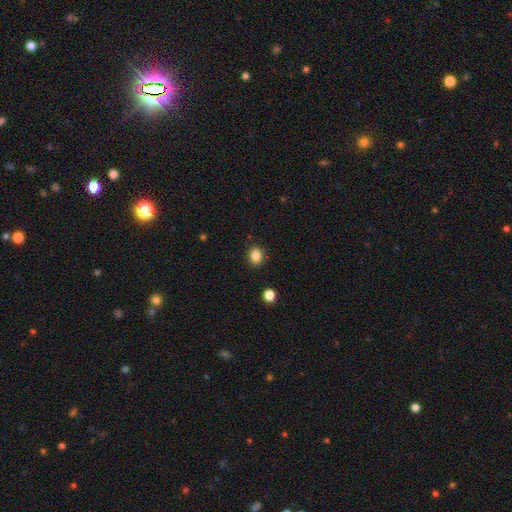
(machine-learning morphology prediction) A smooth galaxy with no disk features (85%) that is in between round and cigar-shaped (52%). Merging: none (88%).